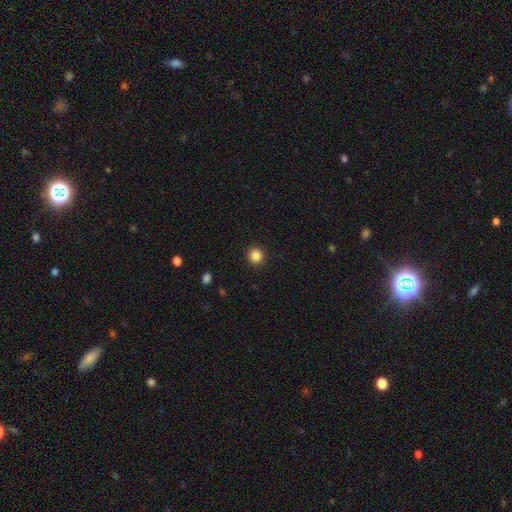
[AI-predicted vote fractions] Morphology: type=smooth (86%); roundness=round (90%); merging=none (92%).